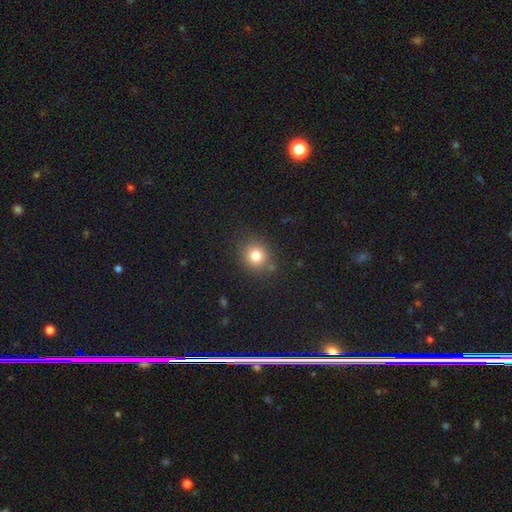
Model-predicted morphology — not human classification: smooth 80%, star or artifact 13%, featured or disk 8%. Down the decision tree: how rounded — round (82%); merging — none (84%).